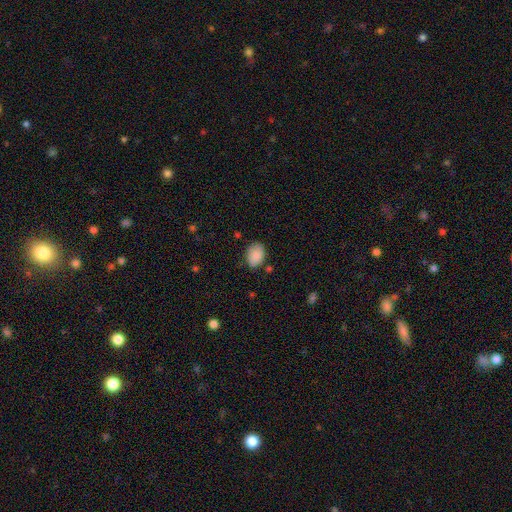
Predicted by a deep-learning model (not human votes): Smooth or featured? smooth (87%)
How rounded? in between (78%)
Merging? none (72%)